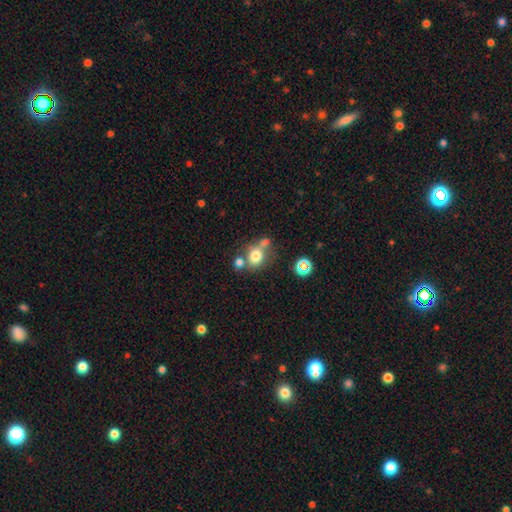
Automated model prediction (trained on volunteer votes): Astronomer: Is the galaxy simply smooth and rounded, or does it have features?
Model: smooth — 73%.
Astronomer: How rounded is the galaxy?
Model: round — 66%.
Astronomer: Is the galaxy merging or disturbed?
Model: none — 51% (runner-up: merger, 29%).